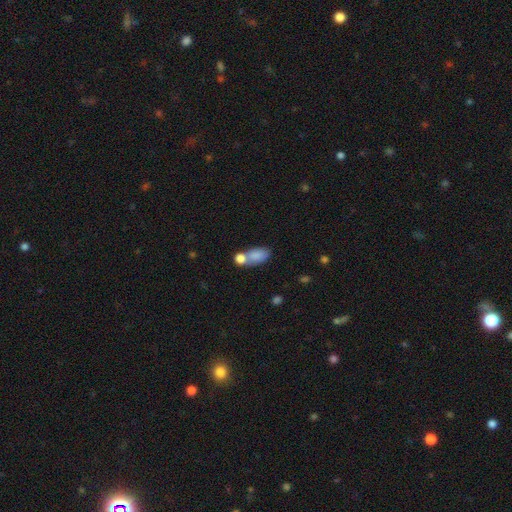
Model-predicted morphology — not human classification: smooth_or_featured: smooth (p=0.80) [alt: featured or disk p=0.12]
how_rounded: in between (p=0.87) [alt: round p=0.09]
merging: merger (p=0.43) [alt: none p=0.36]